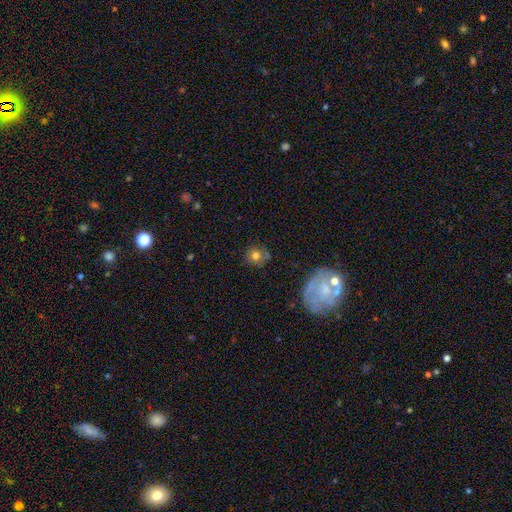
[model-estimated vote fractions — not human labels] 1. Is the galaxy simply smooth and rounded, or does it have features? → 72% smooth, 16% featured or disk, 12% star or artifact.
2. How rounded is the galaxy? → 85% round, 14% in between, 1% cigar-shaped.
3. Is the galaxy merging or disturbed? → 71% none, 19% minor disturbance, 7% major disturbance, 3% merger.